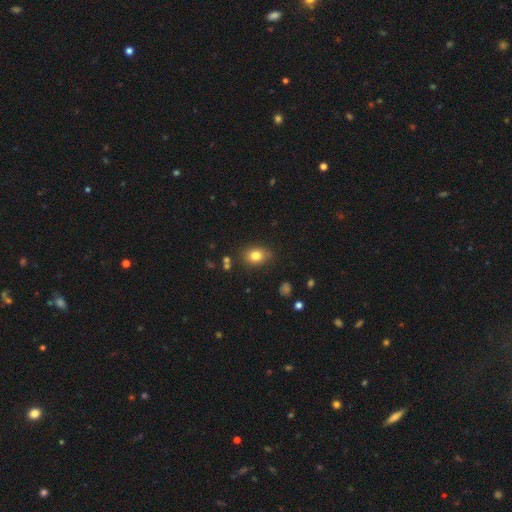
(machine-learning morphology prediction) A smooth galaxy with no disk features (80%) that is in between round and cigar-shaped (60%).

Vote fractions:
- Smooth or featured? smooth: 80% / star or artifact: 11% / featured or disk: 9%
- How rounded? in between: 60% / round: 39% / cigar-shaped: 1%
- Merging? none: 80% / minor disturbance: 14% / major disturbance: 3% / merger: 2%